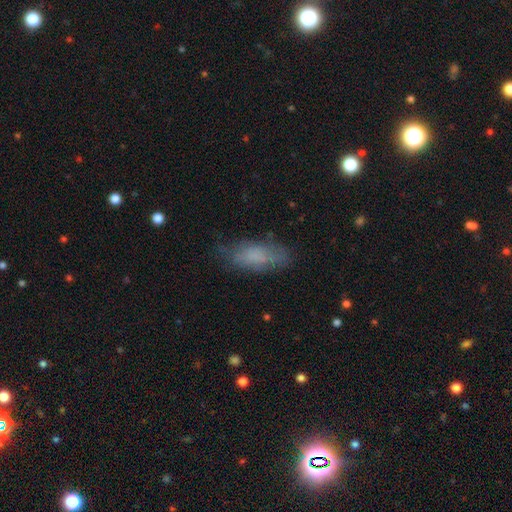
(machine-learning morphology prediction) A smooth galaxy with no disk features (72%) that is in between round and cigar-shaped (78%). Merging: none (67%).